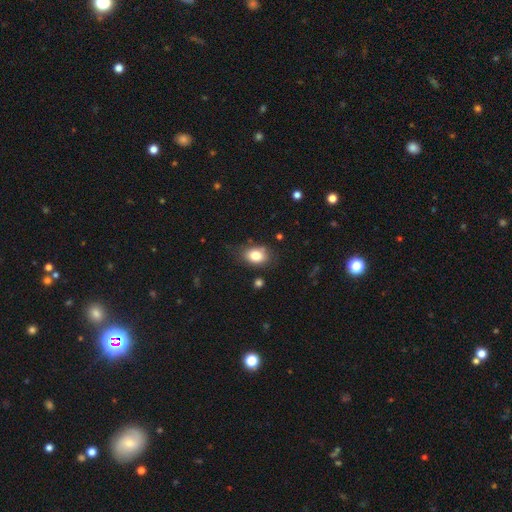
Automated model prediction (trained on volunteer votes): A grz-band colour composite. It shows a smooth galaxy with no disk features (81%) that is in between round and cigar-shaped (74%). Merging: none (74%).